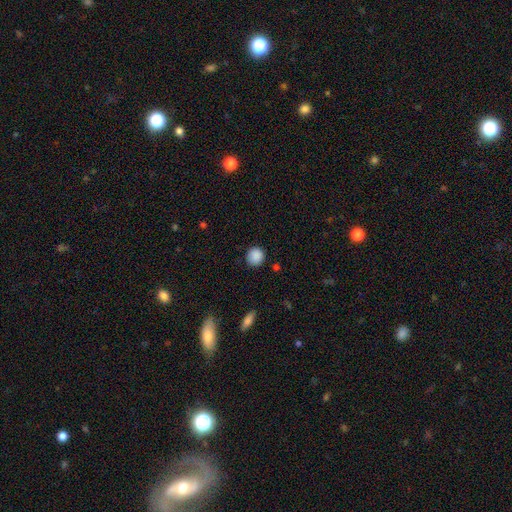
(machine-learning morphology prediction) A smooth galaxy with no disk features (88%) that is round (89%). Merging: none (85%).